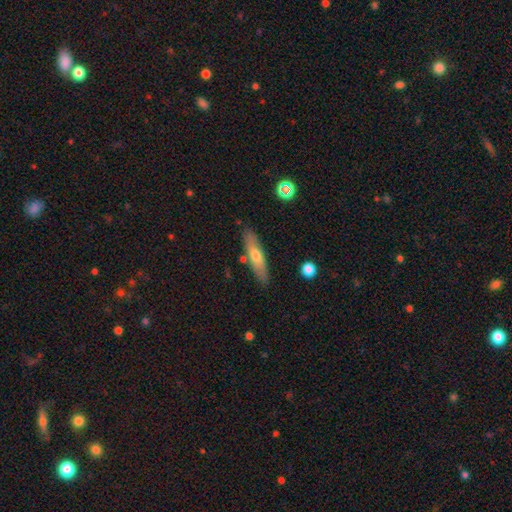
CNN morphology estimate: This appears to be a smooth galaxy with no disk features (56%) that is cigar-shaped (72%). Merging: none (83%).